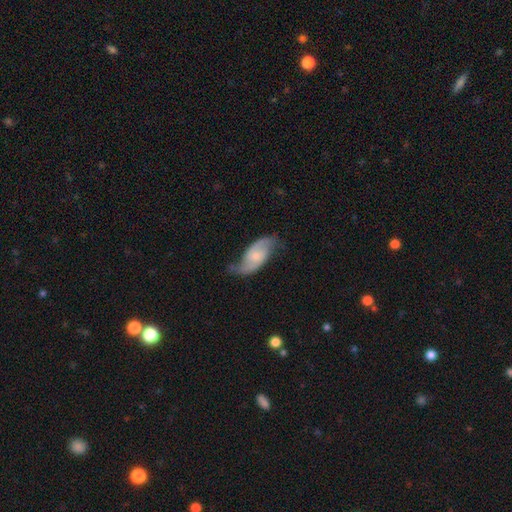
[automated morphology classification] This is likely a featured or disk galaxy (80%). It is clearly not viewed edge-on (96%). Bar: possibly no (52%). Spiral arm pattern: clearly yes (95%). Spiral arm count: clearly 2 (91%). Spiral winding: possibly loose (46%). Central bulge: possibly small (58%). Merging: likely none (68%).